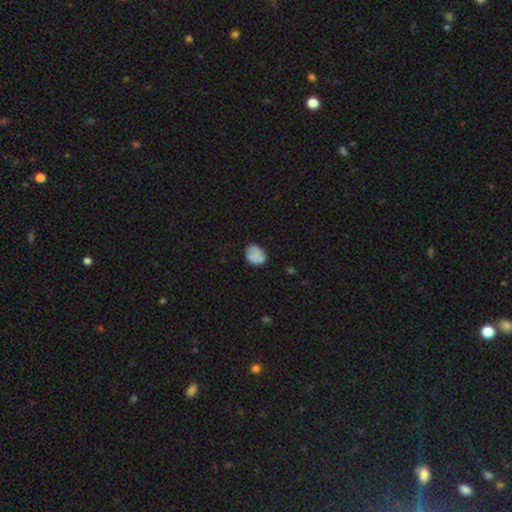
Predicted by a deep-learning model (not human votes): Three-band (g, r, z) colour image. It shows a smooth galaxy with no disk features (74%) that is in between round and cigar-shaped (52%). Merging: none (68%).